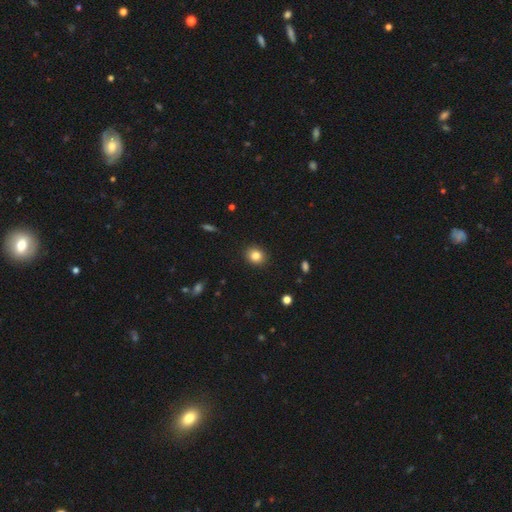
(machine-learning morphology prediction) The model was most divided on "how rounded": round: 69%, in between: 31%, cigar-shaped: 1%. More confident: merging — none (90%); smooth or featured — smooth (84%).